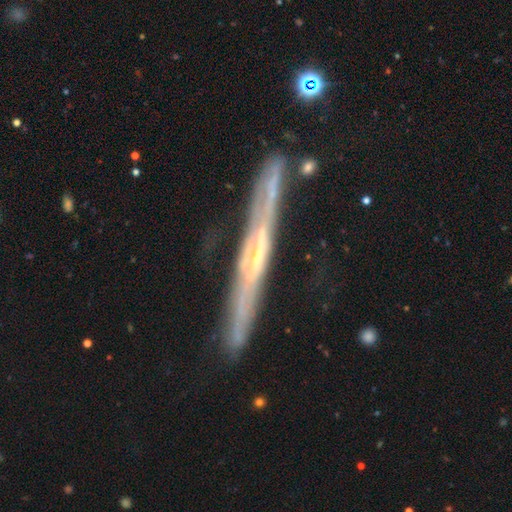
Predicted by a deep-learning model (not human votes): Overall: featured or disk (80%). Edge-on disk: yes (92%). Edge-on bulge: none (49%; rounded 46%). Merging: none (83%).